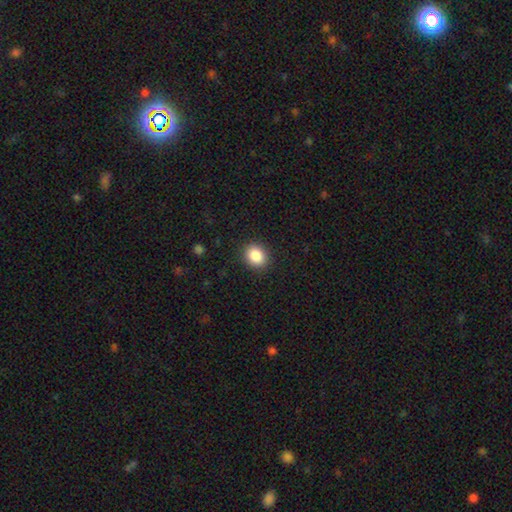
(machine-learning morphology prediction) Overall: smooth (88%). How rounded: round (58%; in between 41%). Merging: none (89%).